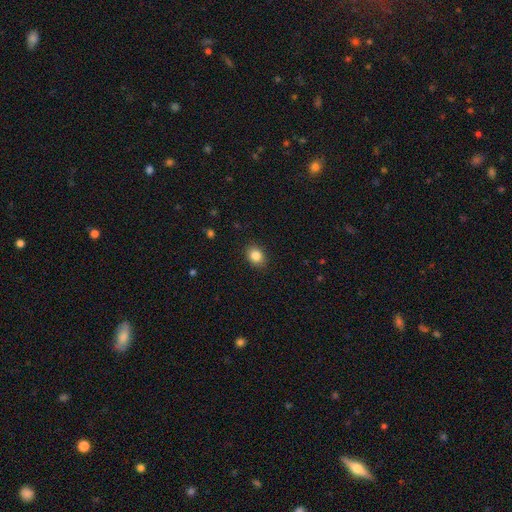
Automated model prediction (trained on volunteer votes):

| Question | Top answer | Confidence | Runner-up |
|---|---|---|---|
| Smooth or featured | smooth | 85% | star or artifact (10%) |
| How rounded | in between | 51% | round (49%) |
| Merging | none | 88% | minor disturbance (9%) |